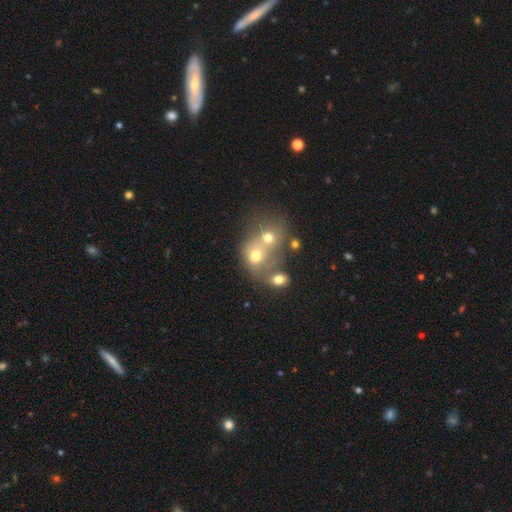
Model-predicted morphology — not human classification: smooth 64%, featured or disk 21%, star or artifact 15%. Down the decision tree: how rounded — round (63%); merging — merger (64%).